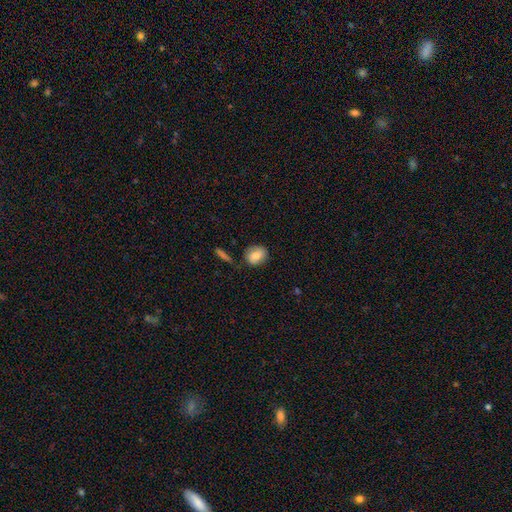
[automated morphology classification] Overall: smooth (82%). How rounded: round (54%; in between 45%). Merging: none (74%).